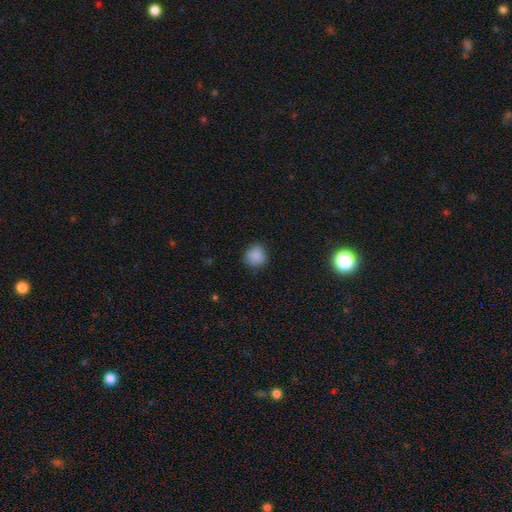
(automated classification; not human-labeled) Overall: smooth (87%). How rounded: round (87%). Merging: none (83%).